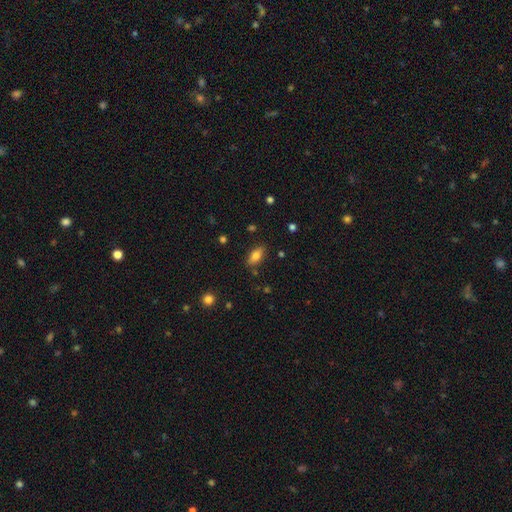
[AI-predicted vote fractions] Smooth or featured?
  - smooth: 79% *
  - featured or disk: 13%
  - star or artifact: 9%
How rounded?
  - in between: 86% *
  - cigar-shaped: 10%
  - round: 4%
Merging?
  - none: 83% *
  - minor disturbance: 12%
  - major disturbance: 3%
  - merger: 2%